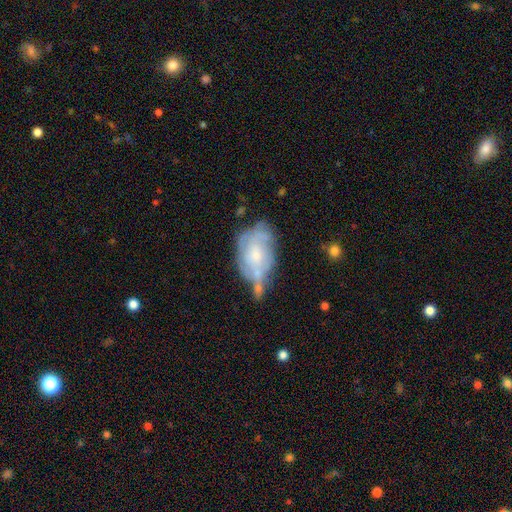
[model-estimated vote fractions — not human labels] smooth-or-featured: featured or disk: 66% | smooth: 27% | star or artifact: 8%
  disk-edge-on: no: 96% | yes: 4%
    bar: no: 74% | weak: 22% | strong: 4%
    has-spiral-arms: yes: 71% | no: 29%
    bulge-size: small: 59% | moderate: 31% | none: 6% | large: 3% | dominant: 1%
  merging: none: 37% | minor disturbance: 30% | merger: 17% | major disturbance: 16%